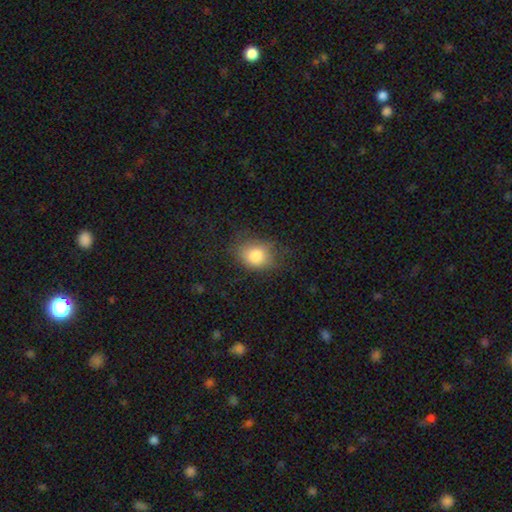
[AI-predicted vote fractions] Smooth or featured? smooth (82%)
How rounded? in between (52%)
Merging? none (64%)